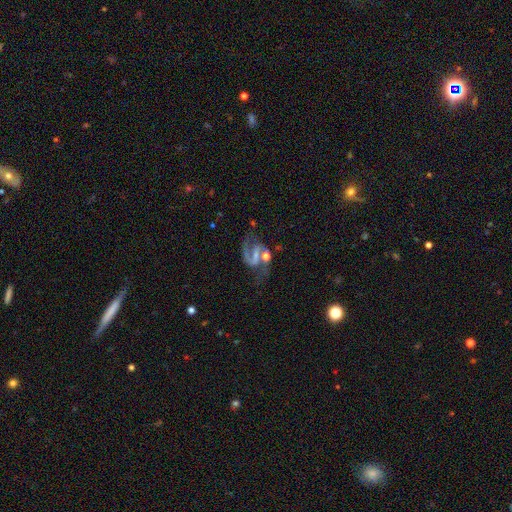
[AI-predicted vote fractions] A featured or disk galaxy (85%) with a weak bar (42%), 2 (83%) medium (50%) spiral arms (94%) and a small central bulge (41%).

Vote fractions:
- Smooth or featured? featured or disk: 85% / star or artifact: 8% / smooth: 7%
- Edge-on disk? no: 98% / yes: 2%
- Bar? weak: 42% / strong: 40% / no: 18%
- Spiral arms? yes: 94% / no: 6%
- Spiral winding? medium: 50% / loose: 37% / tight: 12%
- Spiral arm count? 2: 83% / 1: 12% / can't tell: 3% / 3: 1% / 4: 1% / more than 4: 1%
- Bulge size? small: 41% / none: 27% / moderate: 27% / large: 4% / dominant: 2%
- Merging? none: 48% / major disturbance: 19% / merger: 17% / minor disturbance: 17%